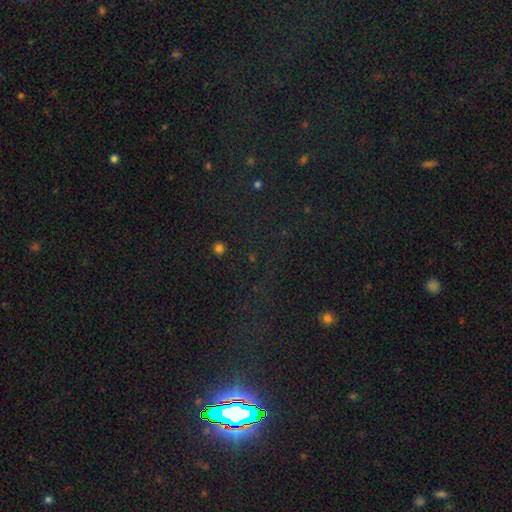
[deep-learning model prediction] smooth-or-featured: star or artifact: 81% | smooth: 12% | featured or disk: 7%